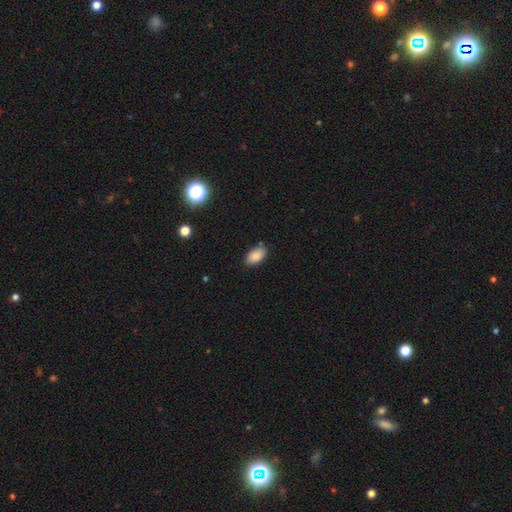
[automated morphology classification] The model was most divided on "merging": none: 80%, minor disturbance: 15%, major disturbance: 3%, merger: 3%. More confident: how rounded — in between (93%); smooth or featured — smooth (88%).